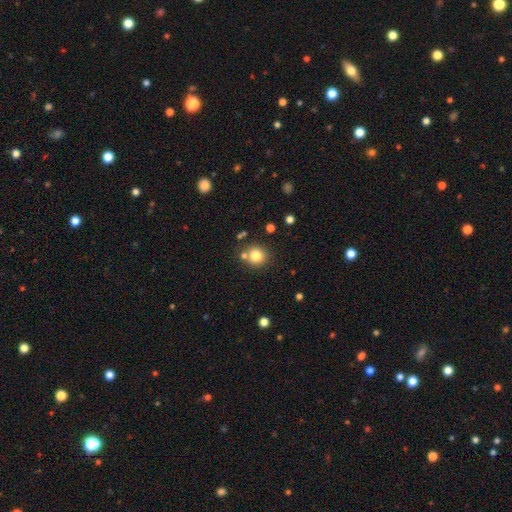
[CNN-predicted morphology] Q: Smooth or featured?
A: smooth (80%); runner-up: star or artifact (12%)
Q: How rounded?
A: round (89%); runner-up: in between (10%)
Q: Merging?
A: none (75%); runner-up: merger (13%)